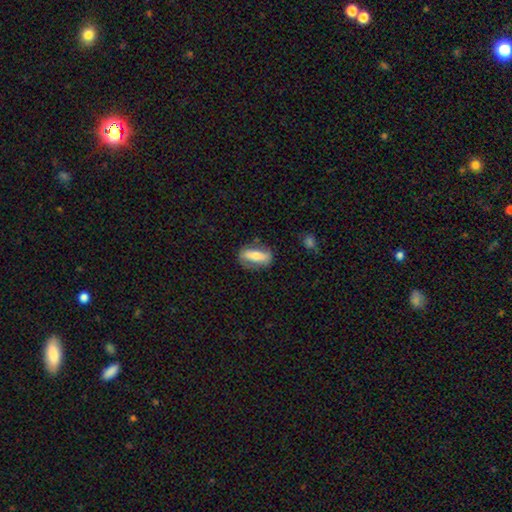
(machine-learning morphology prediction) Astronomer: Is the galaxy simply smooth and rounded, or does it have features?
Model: smooth — 57% (runner-up: featured or disk, 36%).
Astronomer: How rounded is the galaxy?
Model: in between — 69%.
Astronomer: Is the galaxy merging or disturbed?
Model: none — 75%.